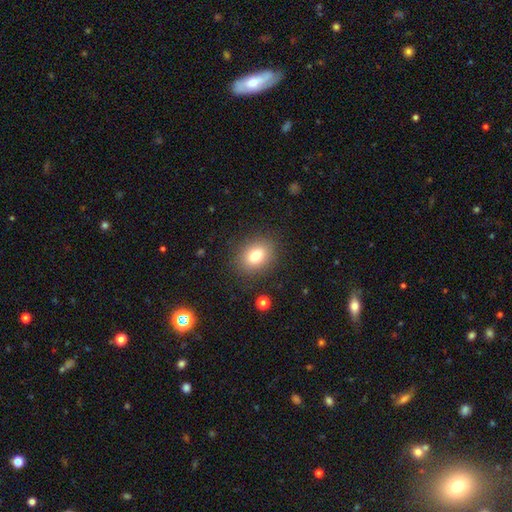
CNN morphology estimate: This appears to be a smooth galaxy with no disk features (80%) that is in between round and cigar-shaped (64%). Merging: none (86%).